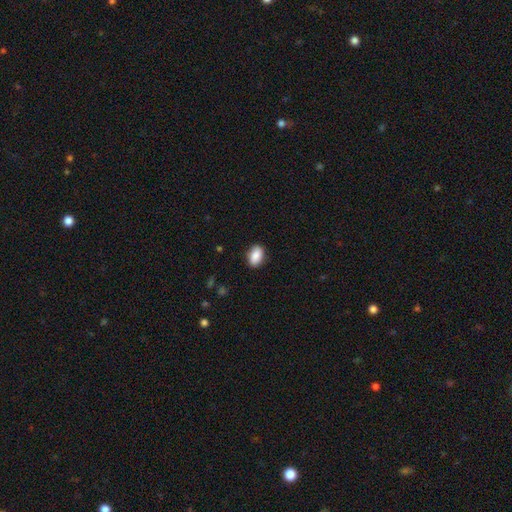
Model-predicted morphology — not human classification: This is clearly a smooth galaxy (89%). How rounded: clearly in between (89%). Merging: clearly none (88%).